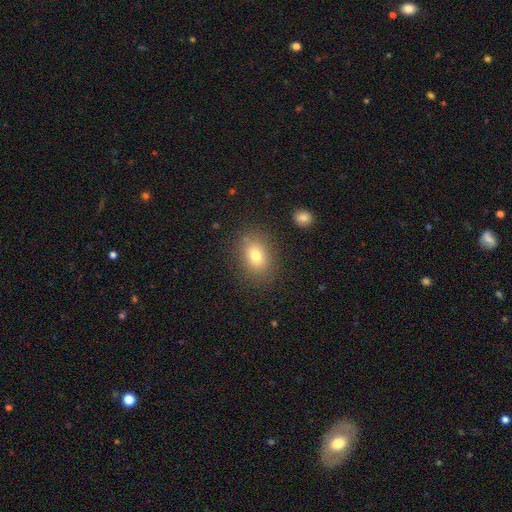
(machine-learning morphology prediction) smooth 76%, featured or disk 12%, star or artifact 12%. Down the decision tree: how rounded — in between (67%); merging — none (82%).